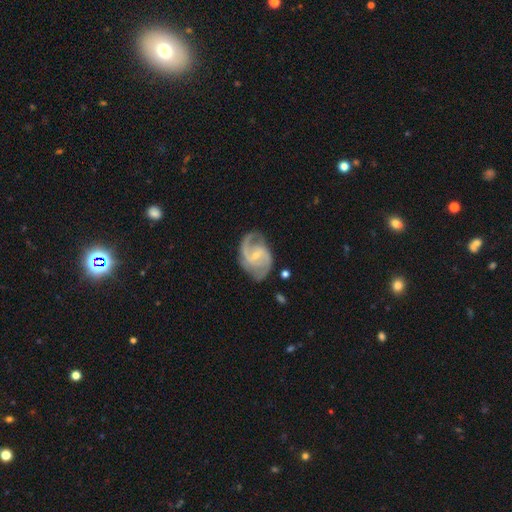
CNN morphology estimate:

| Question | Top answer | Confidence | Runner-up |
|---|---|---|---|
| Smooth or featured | featured or disk | 89% | smooth (7%) |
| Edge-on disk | no | 98% | yes (2%) |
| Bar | weak | 56% | no (27%) |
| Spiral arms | yes | 97% | no (3%) |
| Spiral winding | medium | 56% | loose (24%) |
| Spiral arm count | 2 | 84% | can't tell (5%) |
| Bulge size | small | 66% | moderate (26%) |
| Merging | none | 70% | minor disturbance (19%) |